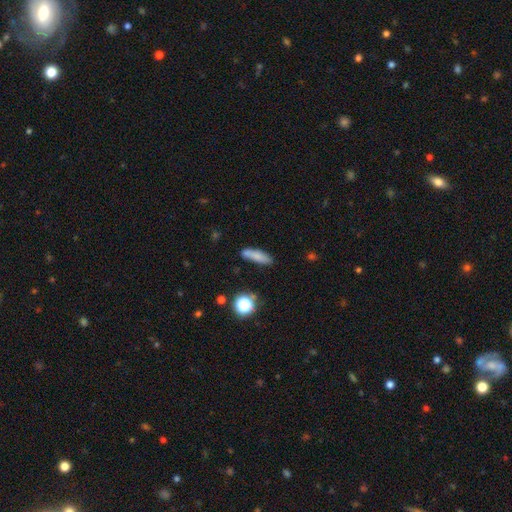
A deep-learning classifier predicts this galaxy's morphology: Smooth or featured: smooth — 77% (featured or disk — 13%)
How rounded: cigar-shaped — 63% (in between — 33%)
Merging: none — 73% (minor disturbance — 17%)